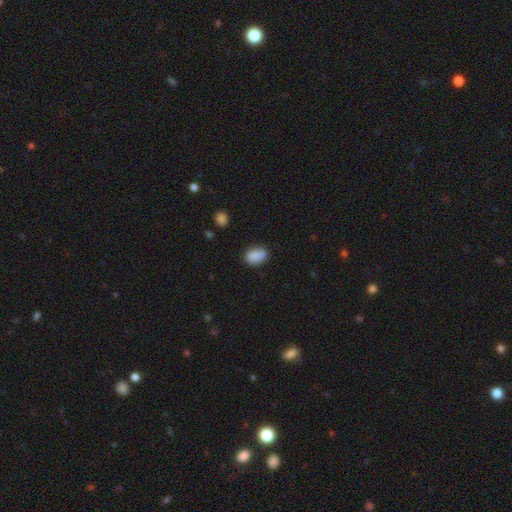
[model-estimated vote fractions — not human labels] A smooth galaxy with no disk features (87%) that is in between round and cigar-shaped (82%). Merging: none (77%).